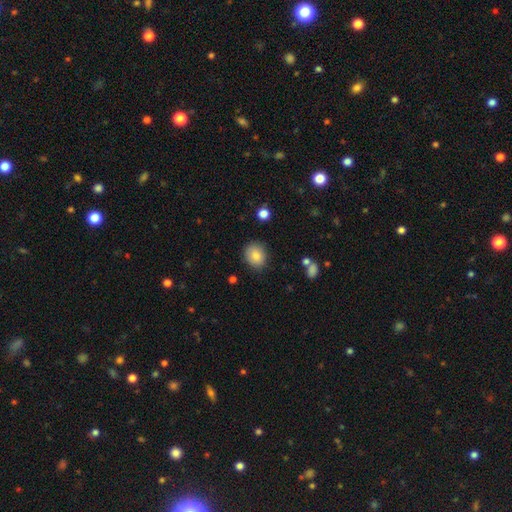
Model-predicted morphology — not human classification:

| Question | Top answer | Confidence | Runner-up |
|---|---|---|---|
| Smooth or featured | smooth | 84% | star or artifact (9%) |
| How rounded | round | 62% | in between (37%) |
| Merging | none | 83% | minor disturbance (12%) |